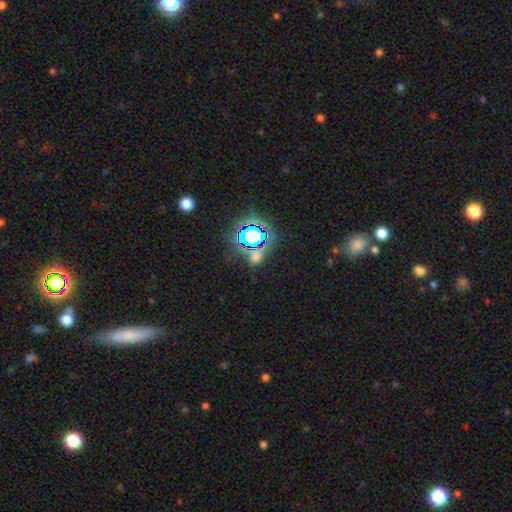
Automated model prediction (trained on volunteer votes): Q: Smooth or featured?
A: star or artifact (73%); runner-up: smooth (18%)